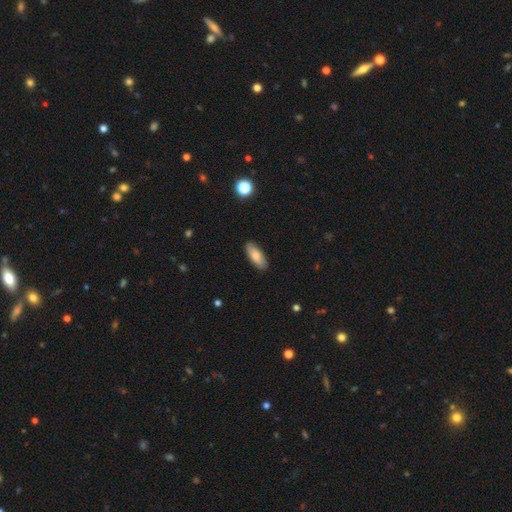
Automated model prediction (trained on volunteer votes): A smooth galaxy with no disk features (78%) that is in between round and cigar-shaped (78%). Merging: none (87%).